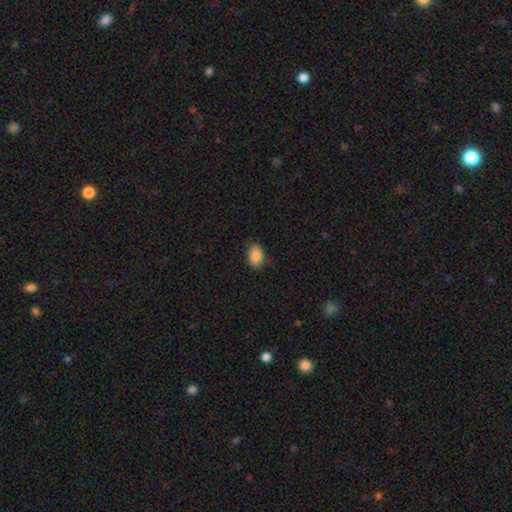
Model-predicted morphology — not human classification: Smooth or featured? smooth (87%)
How rounded? in between (82%)
Merging? none (82%)